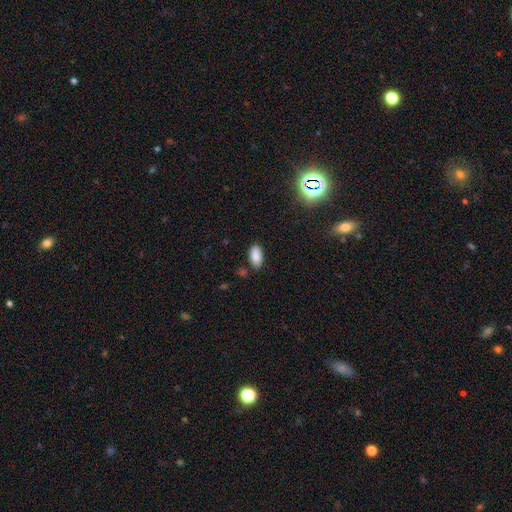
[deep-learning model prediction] Overall: smooth (85%). How rounded: in between (93%). Merging: none (81%).